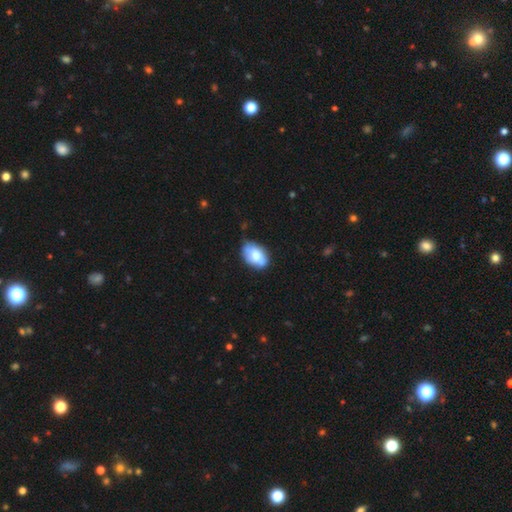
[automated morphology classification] smooth-or-featured: smooth: 67% | featured or disk: 26% | star or artifact: 7%
  how-rounded: in between: 87% | round: 12% | cigar-shaped: 1%
  merging: none: 65% | minor disturbance: 26% | major disturbance: 5% | merger: 4%